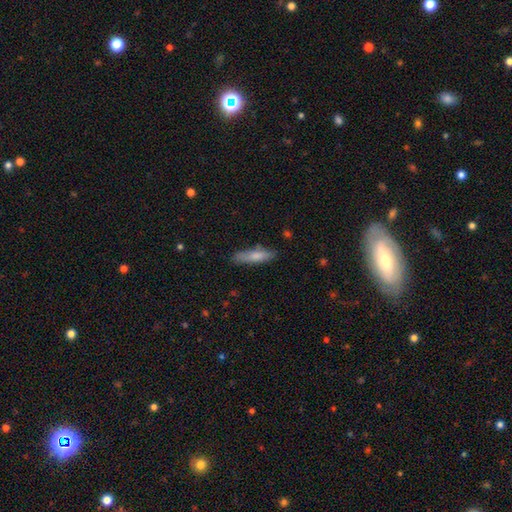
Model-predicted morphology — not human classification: type=smooth (76%); roundness=cigar-shaped (71%); merging=none (78%).